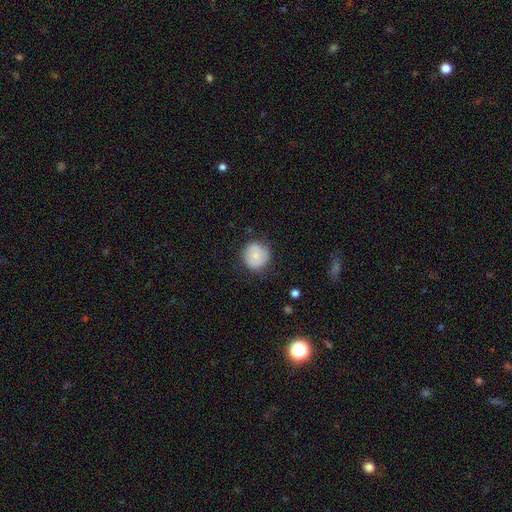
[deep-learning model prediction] Smooth or featured: smooth — 73% (featured or disk — 20%)
How rounded: round — 90% (in between — 9%)
Merging: none — 73% (minor disturbance — 21%)